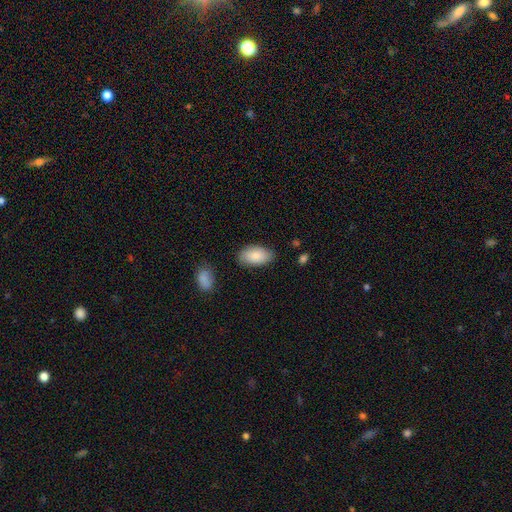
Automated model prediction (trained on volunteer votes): Q: Smooth or featured?
A: smooth (82%); runner-up: featured or disk (11%)
Q: How rounded?
A: in between (94%); runner-up: round (4%)
Q: Merging?
A: none (78%); runner-up: minor disturbance (16%)